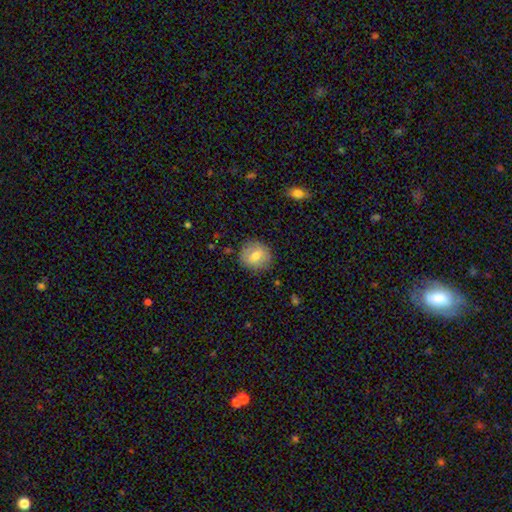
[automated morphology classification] Smooth or featured?
  - smooth: 68% *
  - featured or disk: 24%
  - star or artifact: 8%
How rounded?
  - round: 83% *
  - in between: 16%
  - cigar-shaped: 1%
Merging?
  - none: 83% *
  - minor disturbance: 12%
  - major disturbance: 3%
  - merger: 1%